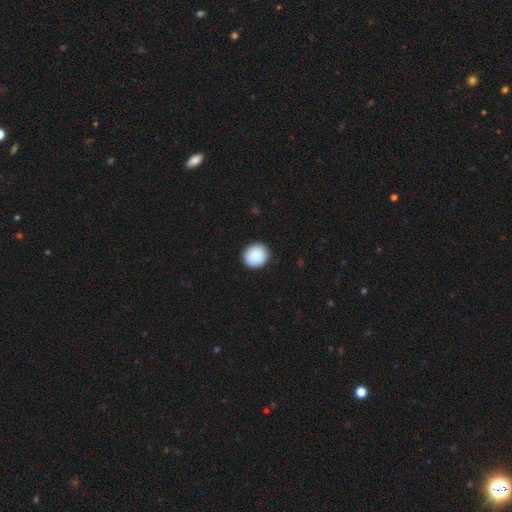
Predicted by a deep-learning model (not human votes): smooth-or-featured: smooth: 89% | star or artifact: 7% | featured or disk: 4%
  how-rounded: round: 90% | in between: 9% | cigar-shaped: 1%
  merging: none: 91% | minor disturbance: 7% | major disturbance: 2% | merger: 1%